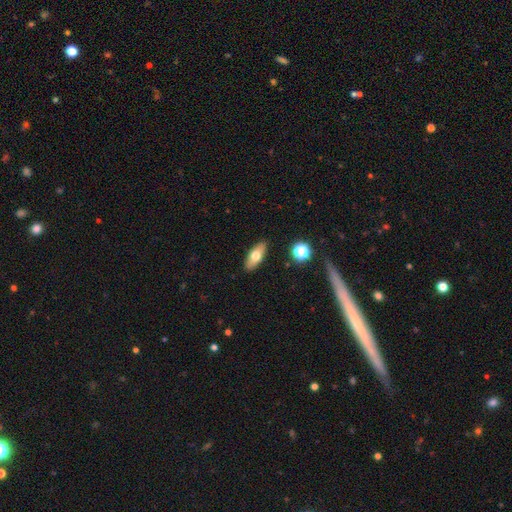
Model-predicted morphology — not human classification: Q: Smooth or featured?
A: smooth (66%); runner-up: featured or disk (26%)
Q: How rounded?
A: in between (76%); runner-up: cigar-shaped (20%)
Q: Merging?
A: none (89%); runner-up: minor disturbance (8%)